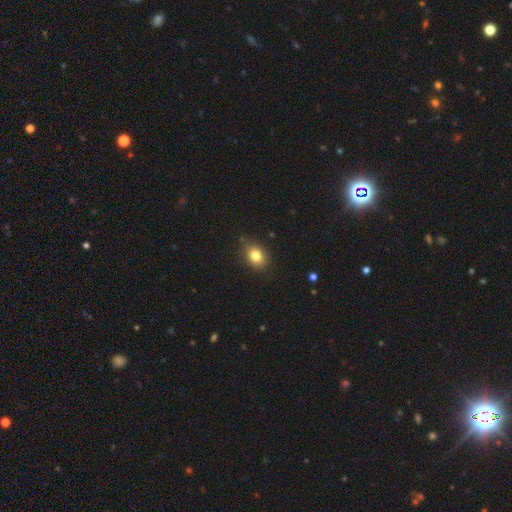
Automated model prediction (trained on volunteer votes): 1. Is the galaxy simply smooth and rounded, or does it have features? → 81% smooth, 11% star or artifact, 8% featured or disk.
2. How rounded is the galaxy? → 62% in between, 36% round, 1% cigar-shaped.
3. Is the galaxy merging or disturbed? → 81% none, 15% minor disturbance, 3% major disturbance, 1% merger.